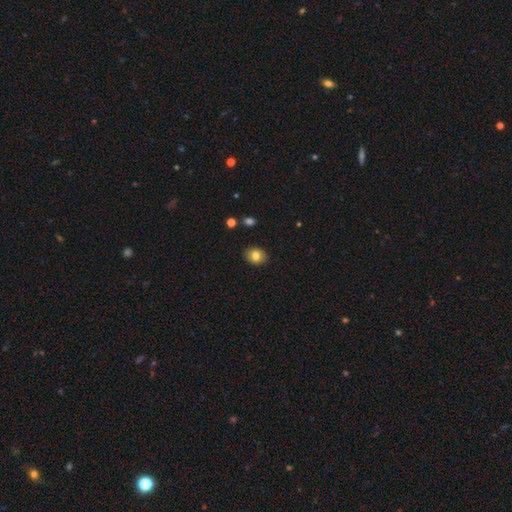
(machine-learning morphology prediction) Smooth or featured: smooth — 81% (featured or disk — 10%)
How rounded: in between — 52% (round — 48%)
Merging: none — 88% (minor disturbance — 9%)